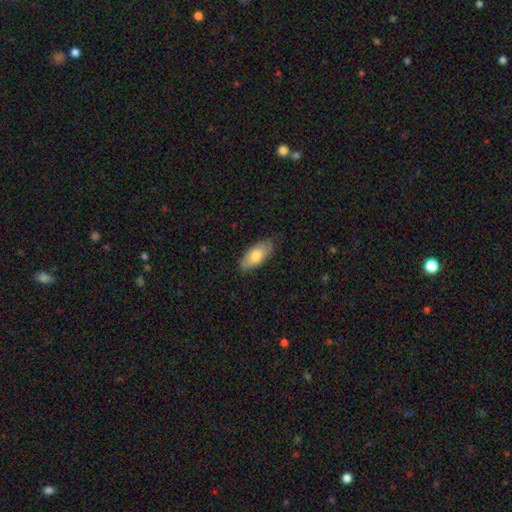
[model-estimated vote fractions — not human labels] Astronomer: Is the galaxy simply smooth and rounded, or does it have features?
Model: smooth — 77%.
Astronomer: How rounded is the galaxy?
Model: in between — 87%.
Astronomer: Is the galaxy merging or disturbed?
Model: none — 79%.